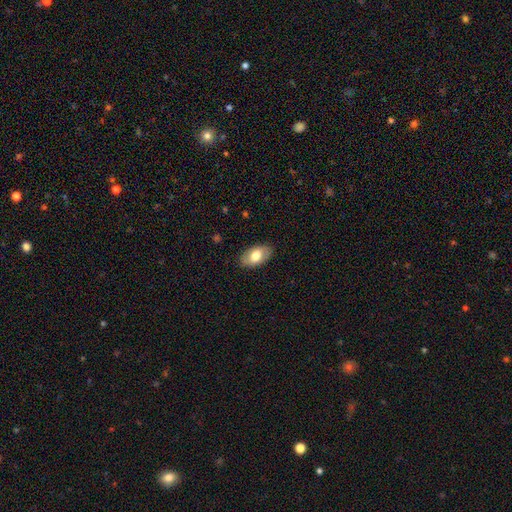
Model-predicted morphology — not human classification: Smooth or featured: smooth — 72% (featured or disk — 23%)
How rounded: in between — 94% (round — 4%)
Merging: none — 86% (minor disturbance — 10%)